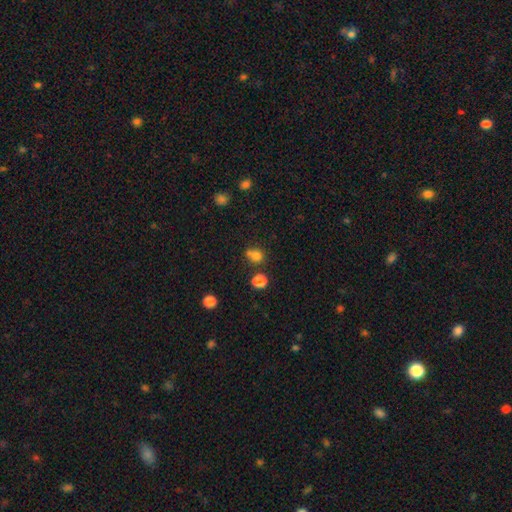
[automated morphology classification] A smooth galaxy with no disk features (76%) that is round (74%). Merging: none (53%).